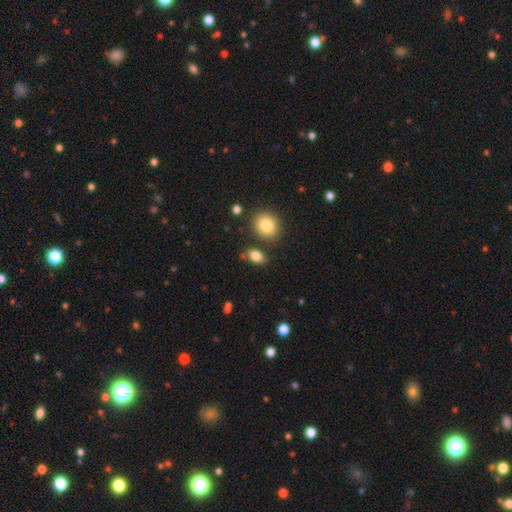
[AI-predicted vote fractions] Smooth or featured?
  - smooth: 83% *
  - star or artifact: 10%
  - featured or disk: 7%
How rounded?
  - in between: 77% *
  - round: 21%
  - cigar-shaped: 2%
Merging?
  - none: 74% *
  - minor disturbance: 14%
  - merger: 8%
  - major disturbance: 4%